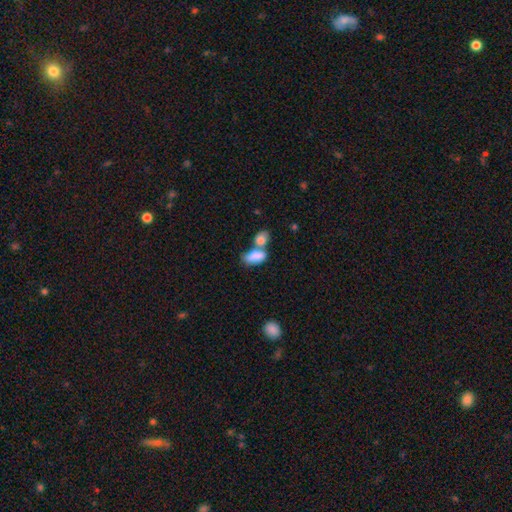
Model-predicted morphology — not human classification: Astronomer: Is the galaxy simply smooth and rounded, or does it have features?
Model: smooth — 82%.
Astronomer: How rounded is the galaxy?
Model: in between — 89%.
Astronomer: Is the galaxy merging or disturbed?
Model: merger — 62%.